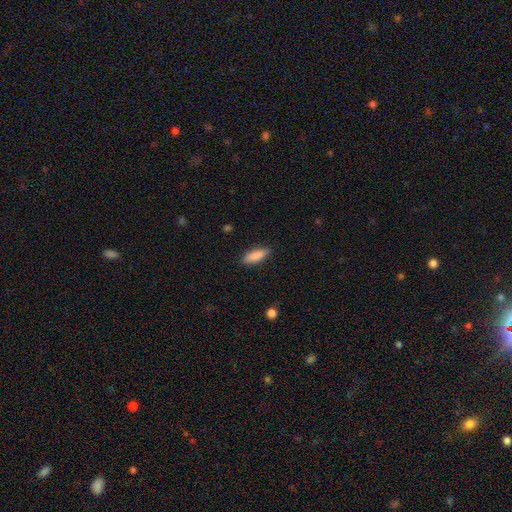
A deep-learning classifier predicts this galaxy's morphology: Q: Smooth or featured?
A: smooth (87%); runner-up: featured or disk (7%)
Q: How rounded?
A: in between (56%); runner-up: cigar-shaped (43%)
Q: Merging?
A: none (87%); runner-up: minor disturbance (10%)